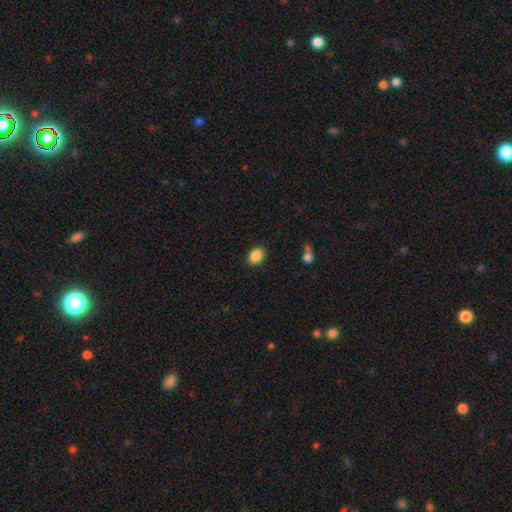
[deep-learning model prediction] The model was most divided on "how rounded": in between: 67%, round: 32%, cigar-shaped: 1%. More confident: smooth or featured — smooth (88%); merging — none (88%).